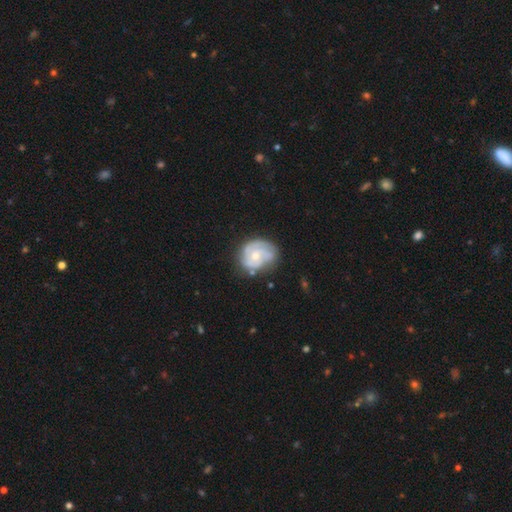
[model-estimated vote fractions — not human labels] Smooth or featured: featured or disk — 80% (smooth — 15%)
Edge-on disk: no — 98% (yes — 2%)
Bar: no — 73% (weak — 23%)
Spiral arms: yes — 94% (no — 6%)
Spiral winding: tight — 58% (medium — 33%)
Spiral arm count: 3 — 42% (2 — 23%)
Bulge size: moderate — 50% (small — 46%)
Merging: none — 67% (minor disturbance — 22%)